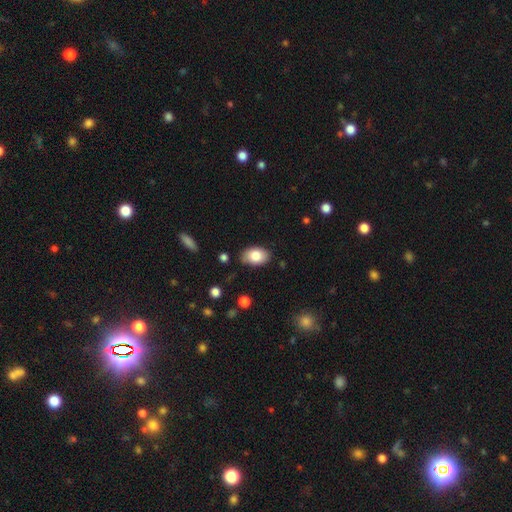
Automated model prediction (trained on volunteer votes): Q: Smooth or featured?
A: smooth (82%); runner-up: featured or disk (11%)
Q: How rounded?
A: in between (89%); runner-up: round (10%)
Q: Merging?
A: none (81%); runner-up: minor disturbance (14%)